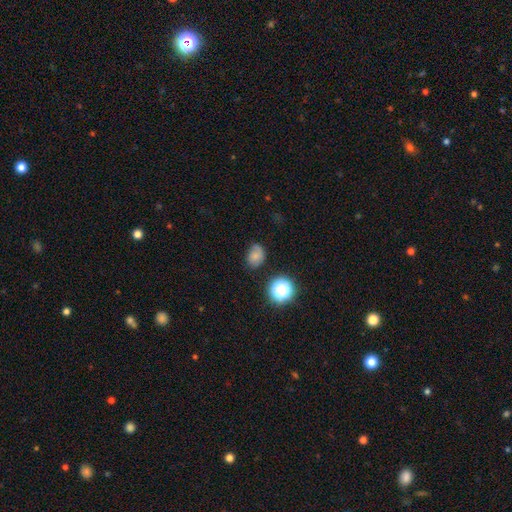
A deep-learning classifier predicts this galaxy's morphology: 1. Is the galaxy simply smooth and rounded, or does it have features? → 71% smooth, 17% star or artifact, 11% featured or disk.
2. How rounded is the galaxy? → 58% in between, 40% round, 1% cigar-shaped.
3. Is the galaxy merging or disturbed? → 61% none, 27% minor disturbance, 8% major disturbance, 4% merger.